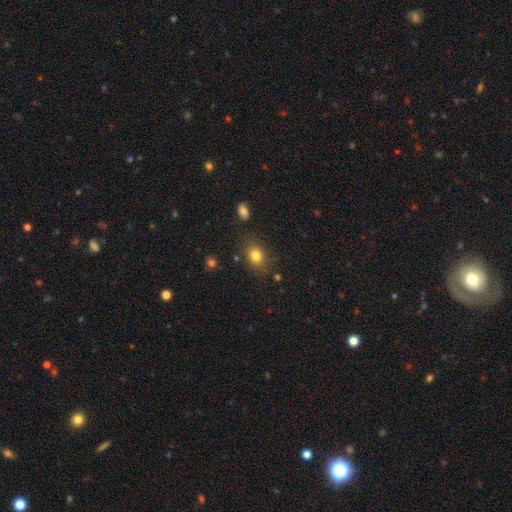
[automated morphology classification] Smooth or featured? Predicted: smooth (p=0.80). How rounded? Predicted: in between (p=0.55). Merging? Predicted: none (p=0.81).